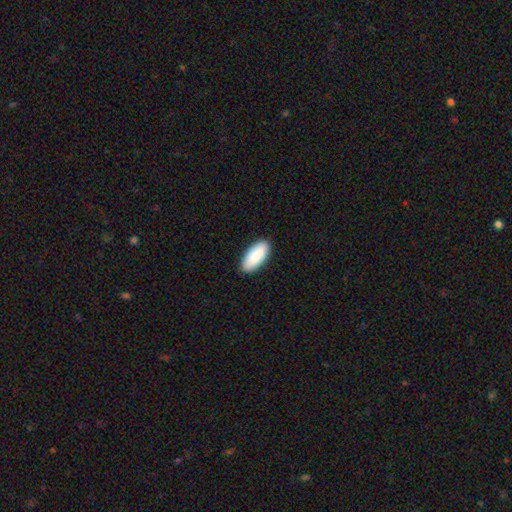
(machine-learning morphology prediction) The model was most divided on "merging": none: 90%, minor disturbance: 8%, major disturbance: 2%, merger: 1%. More confident: smooth or featured — smooth (91%); how rounded — in between (91%).